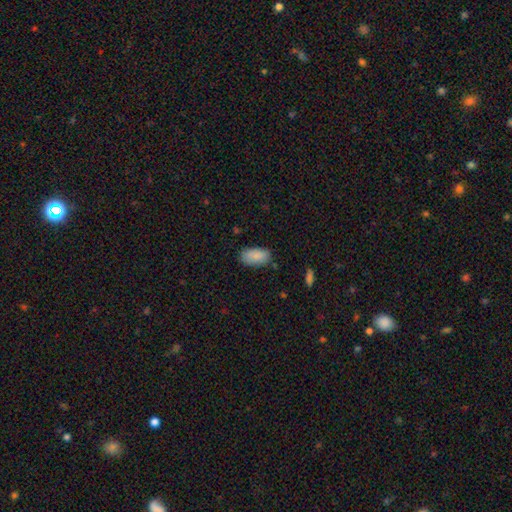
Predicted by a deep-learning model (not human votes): Smooth or featured: smooth — 88% (star or artifact — 7%)
How rounded: in between — 94% (cigar-shaped — 3%)
Merging: none — 80% (minor disturbance — 15%)